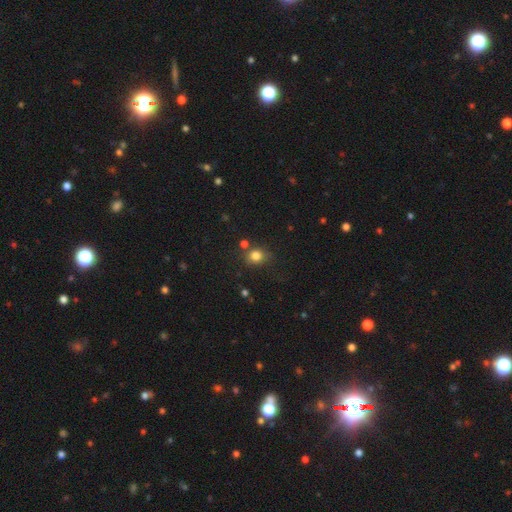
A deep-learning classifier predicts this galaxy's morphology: The model was most divided on "how rounded": round: 72%, in between: 27%, cigar-shaped: 1%. More confident: smooth or featured — smooth (81%); merging — none (70%).